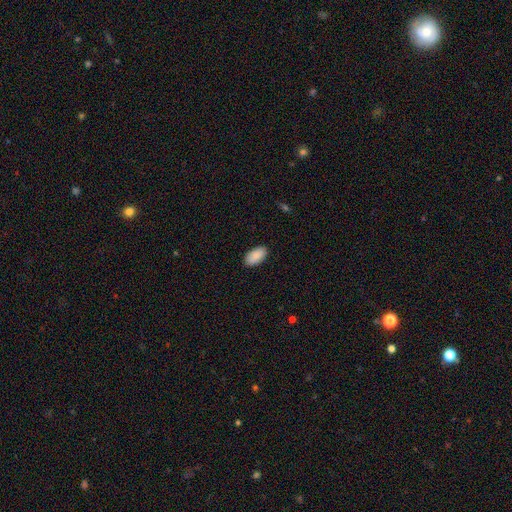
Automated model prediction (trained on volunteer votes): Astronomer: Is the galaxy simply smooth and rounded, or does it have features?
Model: smooth — 90%.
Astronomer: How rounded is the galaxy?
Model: in between — 96%.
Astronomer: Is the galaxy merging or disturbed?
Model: none — 89%.